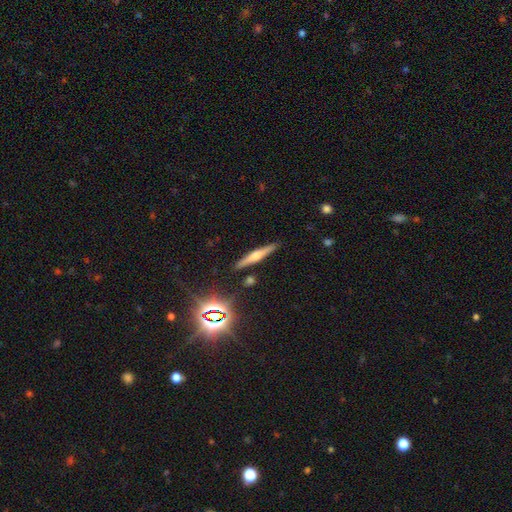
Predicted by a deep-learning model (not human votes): smooth_or_featured: featured or disk (p=0.57) [alt: smooth p=0.26]
disk_edge_on: yes (p=0.96) [alt: no p=0.04]
edge_on_bulge: rounded (p=0.86) [alt: none p=0.07]
merging: none (p=0.89) [alt: minor disturbance p=0.07]